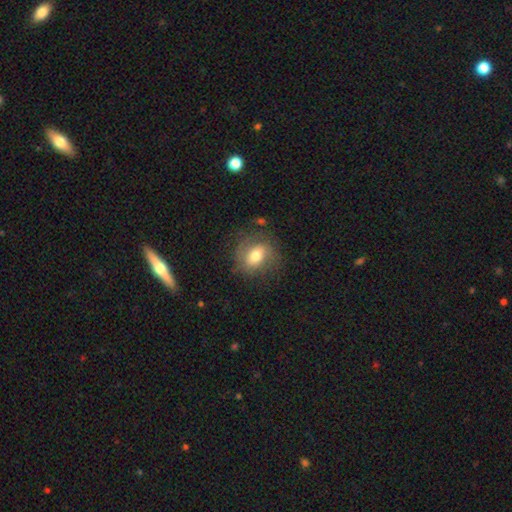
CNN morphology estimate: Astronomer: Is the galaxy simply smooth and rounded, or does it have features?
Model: smooth — 59%.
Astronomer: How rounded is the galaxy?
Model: round — 57% (runner-up: in between, 41%).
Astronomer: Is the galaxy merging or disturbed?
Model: none — 70%.